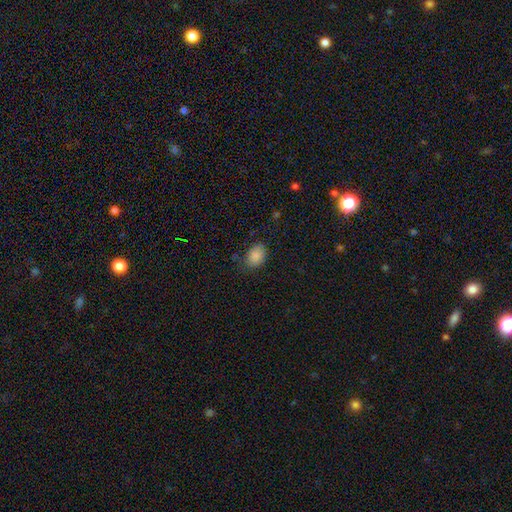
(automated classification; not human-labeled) Smooth or featured: smooth — 86% (star or artifact — 8%)
How rounded: in between — 72% (round — 27%)
Merging: none — 75% (minor disturbance — 19%)